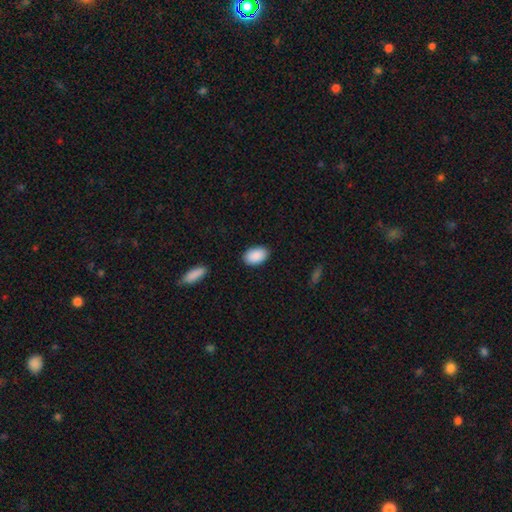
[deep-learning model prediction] The model was most divided on "merging": none: 88%, minor disturbance: 9%, major disturbance: 2%, merger: 1%. More confident: how rounded — in between (92%); smooth or featured — smooth (91%).